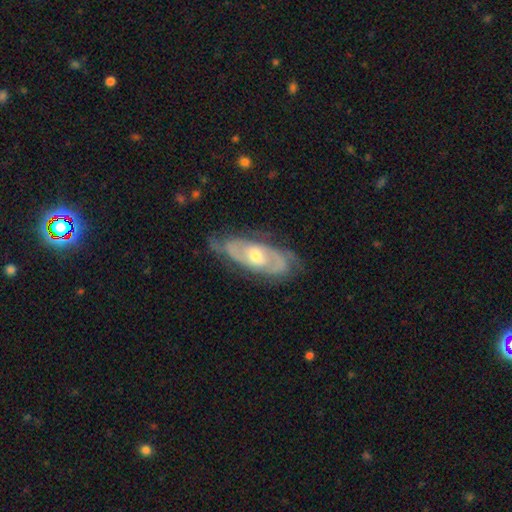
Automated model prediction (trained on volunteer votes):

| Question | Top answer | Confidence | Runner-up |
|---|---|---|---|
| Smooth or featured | featured or disk | 84% | smooth (11%) |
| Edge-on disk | no | 89% | yes (11%) |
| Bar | no | 64% | weak (28%) |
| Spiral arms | yes | 90% | no (10%) |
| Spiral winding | tight | 56% | medium (34%) |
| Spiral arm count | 2 | 65% | can't tell (22%) |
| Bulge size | moderate | 66% | small (27%) |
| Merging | none | 74% | minor disturbance (18%) |